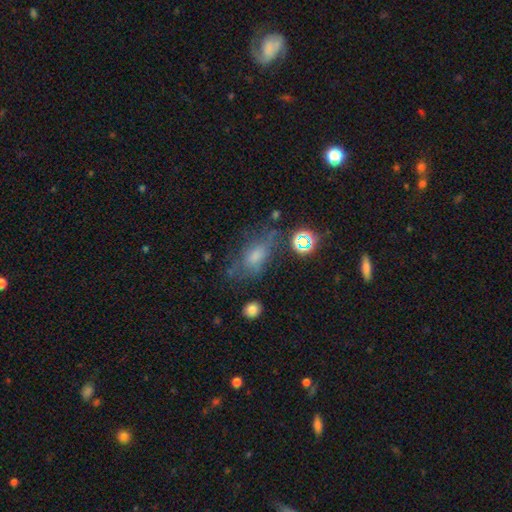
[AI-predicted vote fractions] Overall: smooth (54%; featured or disk 26%). How rounded: in between (80%). Merging: none (48%; minor disturbance 25%).